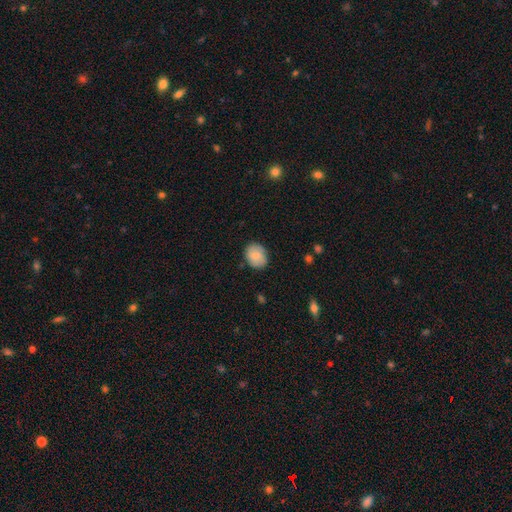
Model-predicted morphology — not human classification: smooth_or_featured: smooth (p=0.77) [alt: featured or disk p=0.17]
how_rounded: round (p=0.53) [alt: in between p=0.46]
merging: none (p=0.81) [alt: minor disturbance p=0.15]